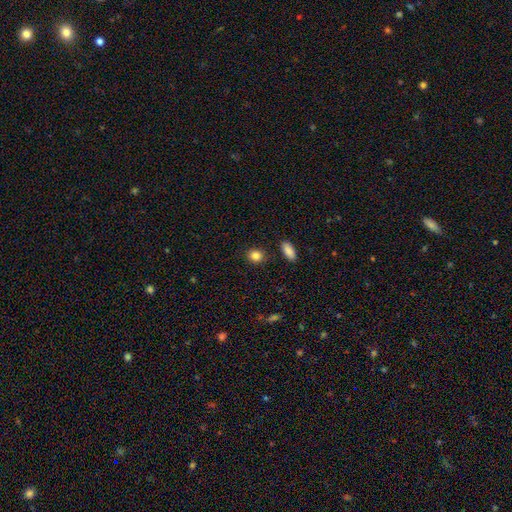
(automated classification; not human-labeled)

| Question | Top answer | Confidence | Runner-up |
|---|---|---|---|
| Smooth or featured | smooth | 86% | star or artifact (9%) |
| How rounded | round | 69% | in between (29%) |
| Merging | none | 87% | minor disturbance (8%) |